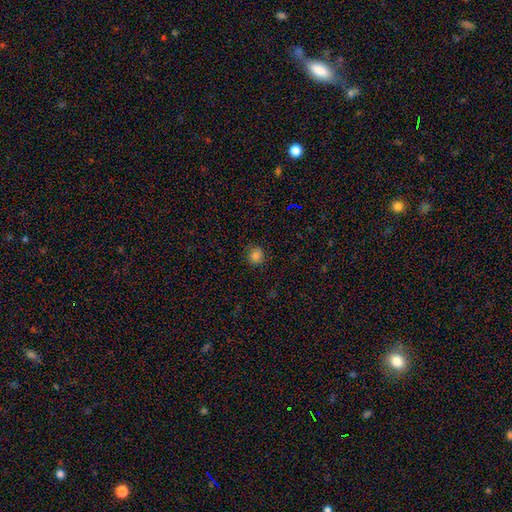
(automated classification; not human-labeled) This is clearly a smooth galaxy (82%). How rounded: clearly round (84%). Merging: clearly none (84%).